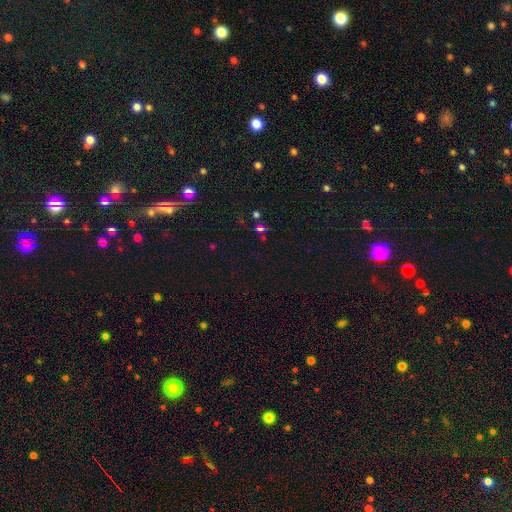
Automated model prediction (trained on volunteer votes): Smooth or featured? Predicted: star or artifact (p=0.59).